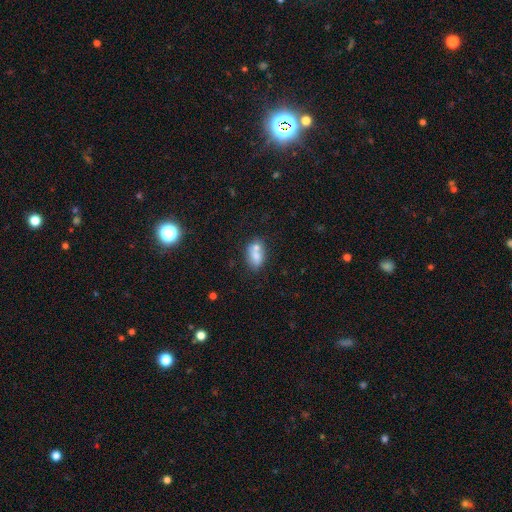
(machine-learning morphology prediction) Smooth or featured? Predicted: smooth (p=0.70). How rounded? Predicted: in between (p=0.82). Merging? Predicted: none (p=0.42).